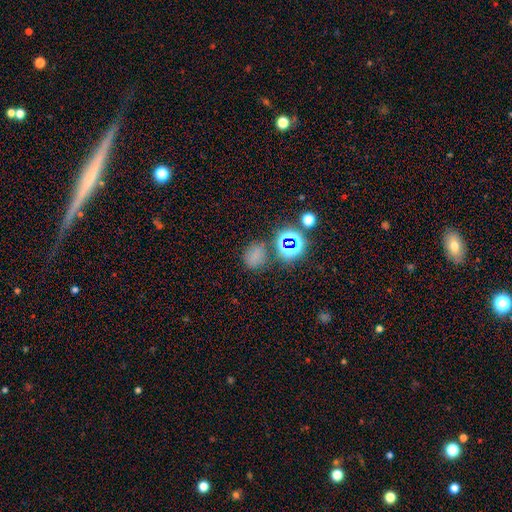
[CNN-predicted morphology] Smooth or featured? smooth (61%)
How rounded? round (64%)
Merging? none (70%)